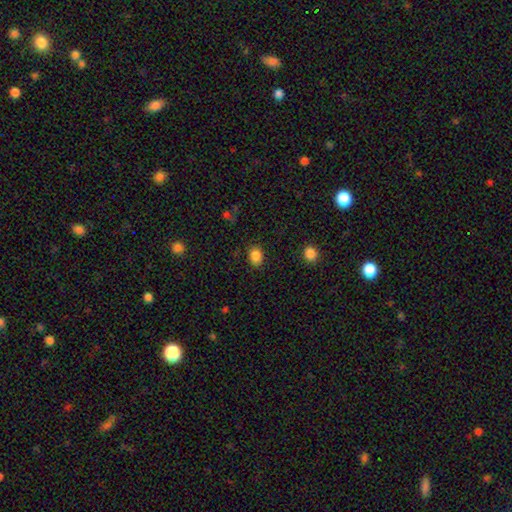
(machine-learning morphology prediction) Smooth or featured?
  - smooth: 86% *
  - star or artifact: 10%
  - featured or disk: 4%
How rounded?
  - in between: 69% *
  - round: 30%
  - cigar-shaped: 1%
Merging?
  - none: 85% *
  - minor disturbance: 10%
  - major disturbance: 3%
  - merger: 1%